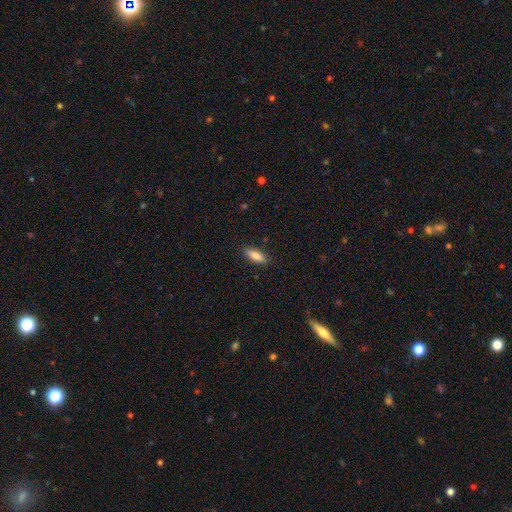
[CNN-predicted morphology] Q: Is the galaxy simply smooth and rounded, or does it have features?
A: smooth — 81%.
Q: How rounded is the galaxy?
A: in between — 52%.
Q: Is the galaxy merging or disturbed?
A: none — 87%.